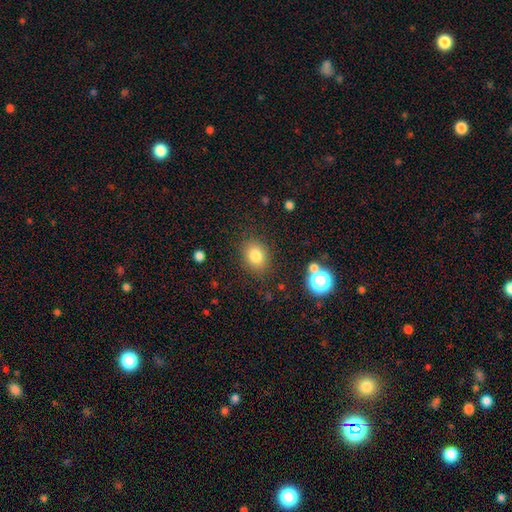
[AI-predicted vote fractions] Q: Smooth or featured?
A: smooth (81%); runner-up: star or artifact (12%)
Q: How rounded?
A: in between (54%); runner-up: round (45%)
Q: Merging?
A: none (83%); runner-up: minor disturbance (11%)